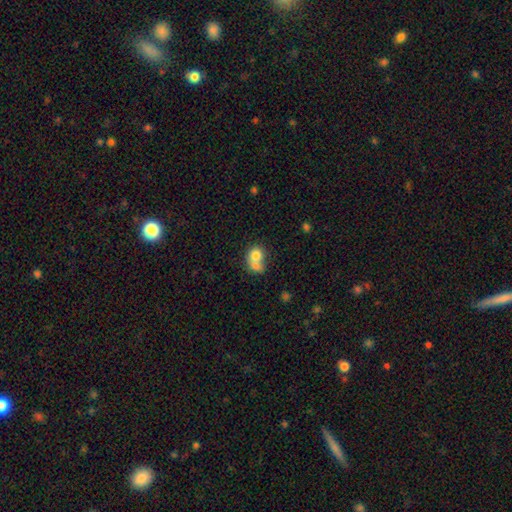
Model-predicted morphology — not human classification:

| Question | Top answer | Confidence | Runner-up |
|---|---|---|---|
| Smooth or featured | smooth | 73% | featured or disk (18%) |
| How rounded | round | 66% | in between (33%) |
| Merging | merger | 66% | none (23%) |